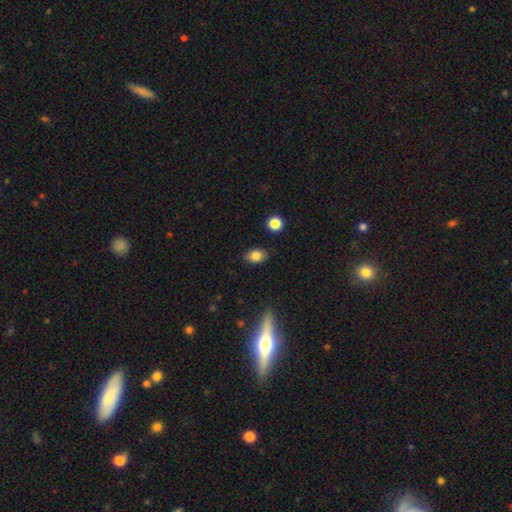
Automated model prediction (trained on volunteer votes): A smooth galaxy with no disk features (84%) that is in between round and cigar-shaped (78%).

Vote fractions:
- Smooth or featured? smooth: 84% / star or artifact: 9% / featured or disk: 6%
- How rounded? in between: 78% / round: 20% / cigar-shaped: 1%
- Merging? none: 85% / minor disturbance: 10% / major disturbance: 3% / merger: 2%